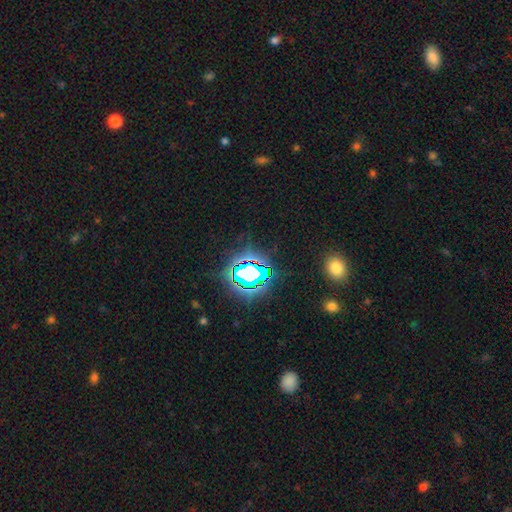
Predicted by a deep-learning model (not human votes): Morphology: type=star or artifact (77%).